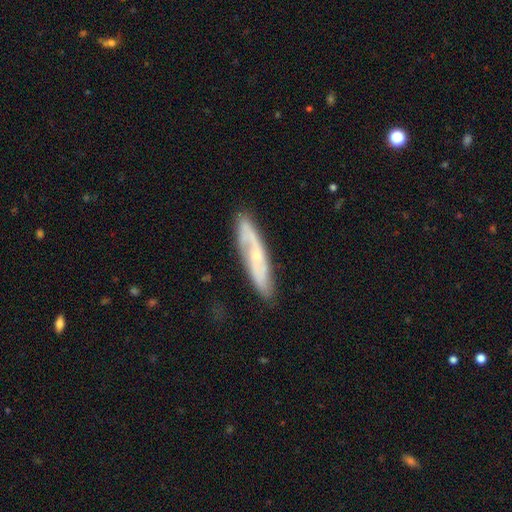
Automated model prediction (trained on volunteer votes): A featured or disk galaxy (70%). Merging: none (81%).